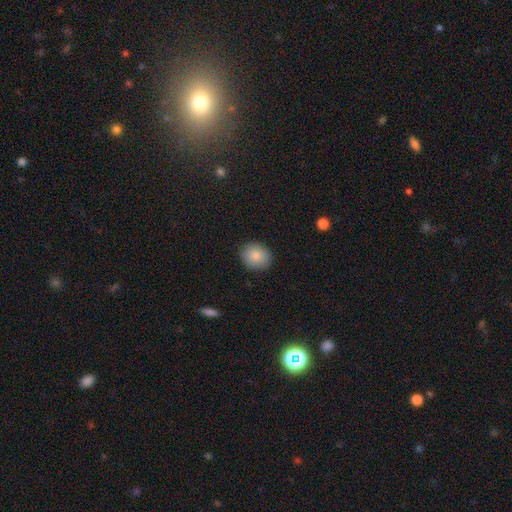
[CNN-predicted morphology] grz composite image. It shows a smooth galaxy with no disk features (87%) that is round (73%). Merging: none (89%).